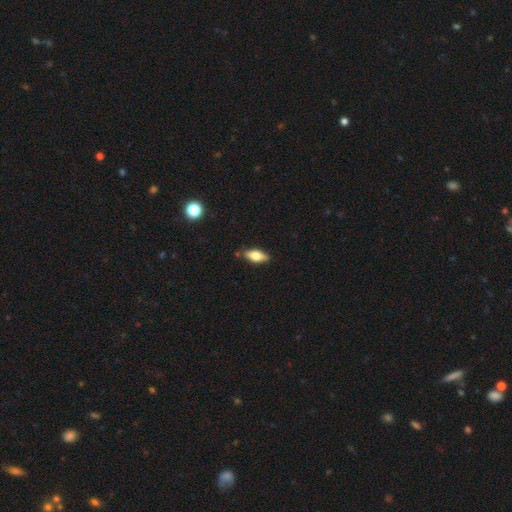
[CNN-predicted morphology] This appears to be a smooth galaxy with no disk features (59%) that is in between round and cigar-shaped (71%). Merging: none (82%).